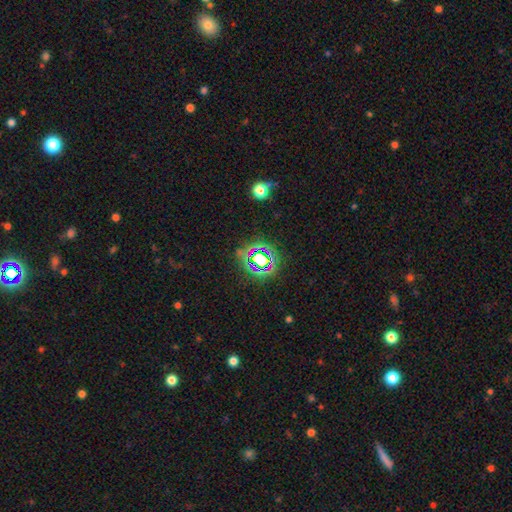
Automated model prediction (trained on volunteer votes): A star or artifact, not a galaxy (70%).